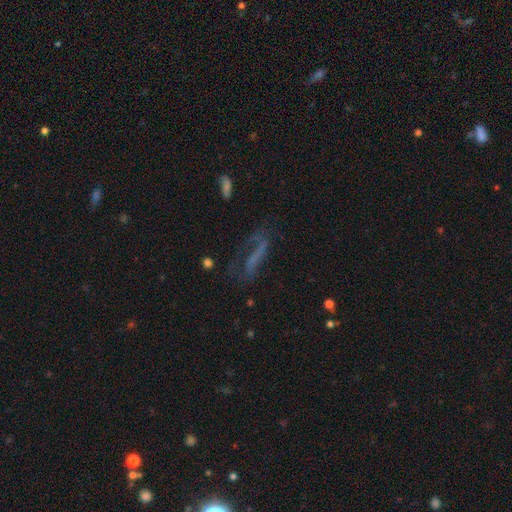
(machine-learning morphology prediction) smooth-or-featured: featured or disk: 48% | smooth: 31% | star or artifact: 21%
  merging: none: 45% | major disturbance: 30% | minor disturbance: 19% | merger: 5%